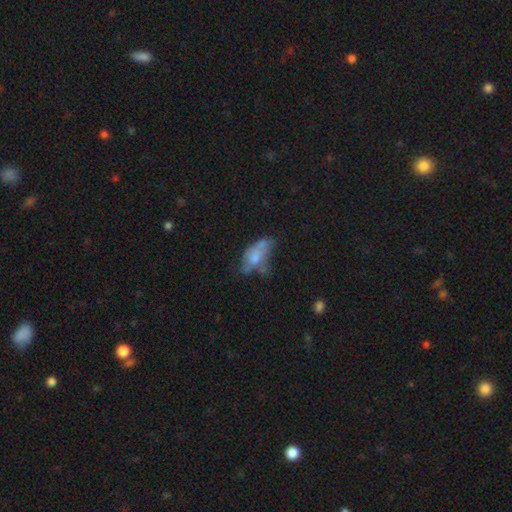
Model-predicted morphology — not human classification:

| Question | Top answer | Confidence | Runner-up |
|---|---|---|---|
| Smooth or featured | smooth | 55% | featured or disk (34%) |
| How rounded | in between | 87% | cigar-shaped (7%) |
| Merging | major disturbance | 33% | minor disturbance (28%) |